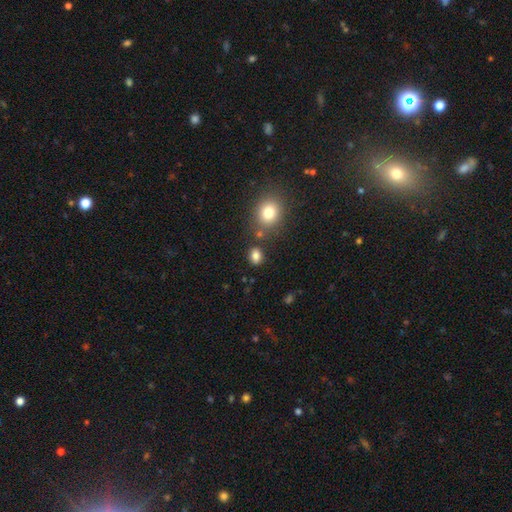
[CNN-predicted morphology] Smooth or featured? smooth (82%)
How rounded? in between (51%)
Merging? none (77%)